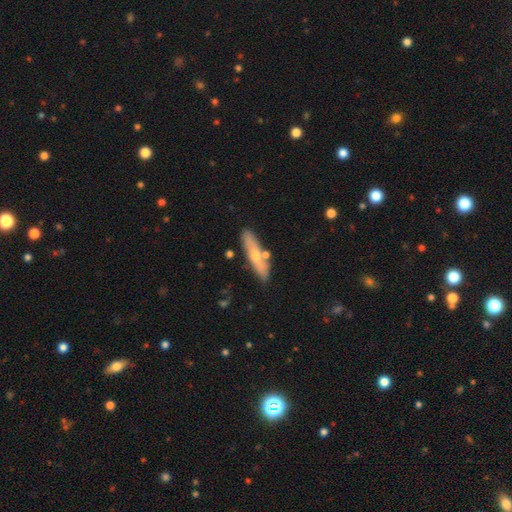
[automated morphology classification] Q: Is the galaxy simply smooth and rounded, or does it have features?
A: smooth — 52%.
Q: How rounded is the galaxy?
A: cigar-shaped — 77%.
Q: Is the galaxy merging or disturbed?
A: none — 77%.